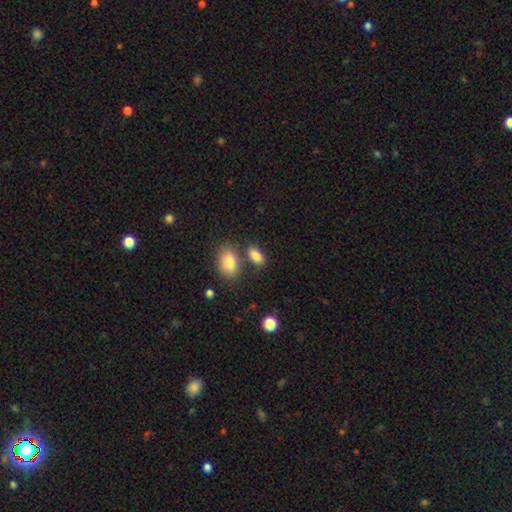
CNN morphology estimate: Smooth or featured: smooth — 85% (star or artifact — 8%)
How rounded: in between — 89% (round — 7%)
Merging: none — 68% (merger — 16%)